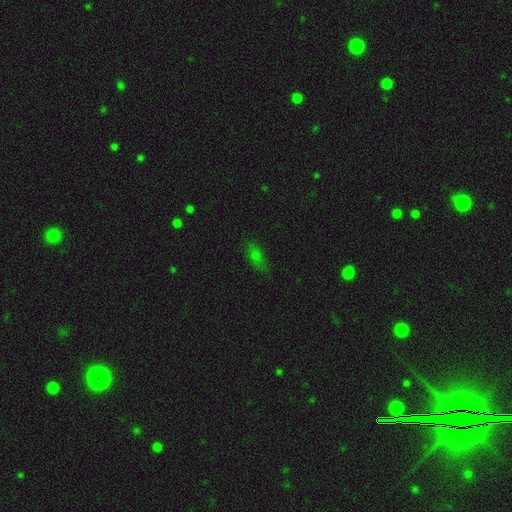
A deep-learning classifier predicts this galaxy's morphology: This is likely a smooth galaxy (71%). How rounded: likely in between (76%). Merging: likely none (73%).